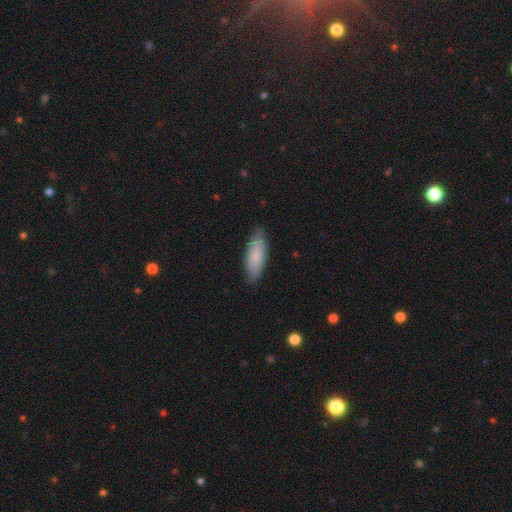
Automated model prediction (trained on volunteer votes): This appears to be a smooth galaxy with no disk features (82%) that is in between round and cigar-shaped (65%). Merging: none (84%).